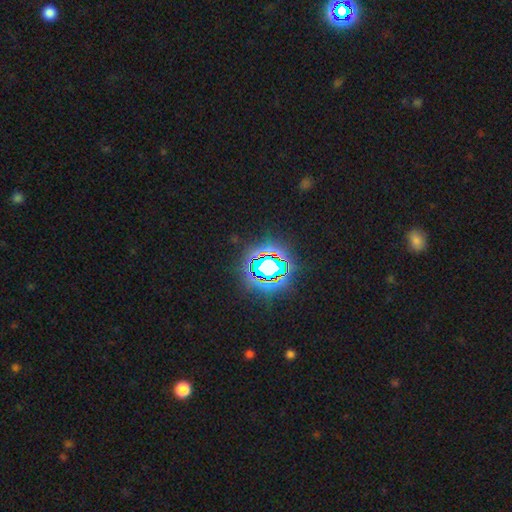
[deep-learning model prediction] This appears to be a star or artifact, not a galaxy (75%).